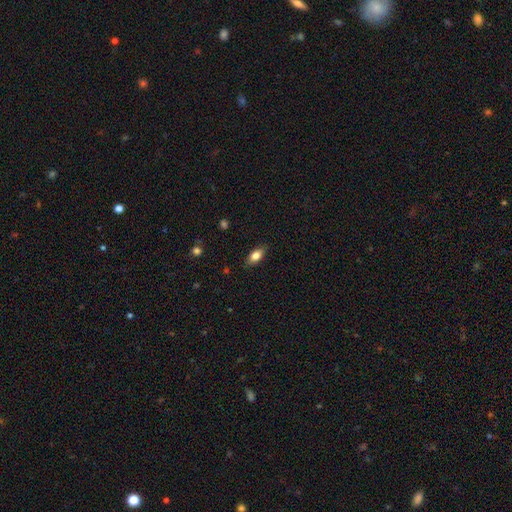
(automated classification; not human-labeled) smooth_or_featured: smooth (p=0.77) [alt: featured or disk p=0.15]
how_rounded: in between (p=0.84) [alt: cigar-shaped p=0.10]
merging: none (p=0.85) [alt: minor disturbance p=0.12]